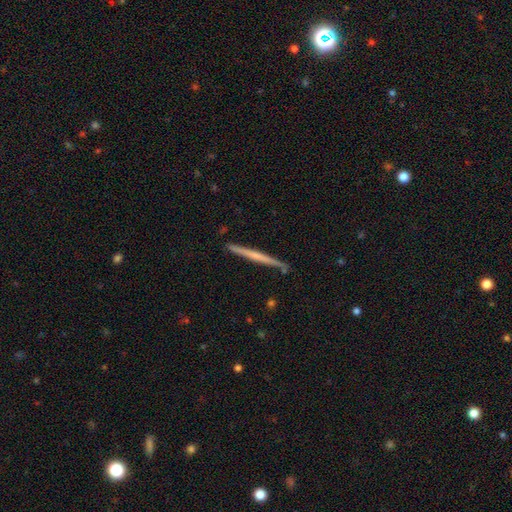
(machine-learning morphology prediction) Overall: featured or disk (56%; smooth 39%). Edge-on disk: yes (98%). Edge-on bulge: none (75%). Merging: none (88%).